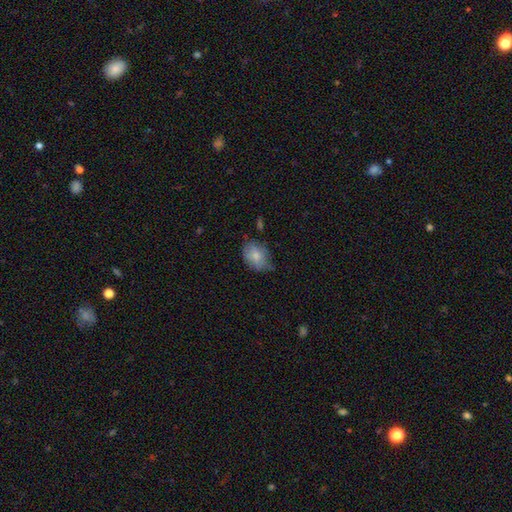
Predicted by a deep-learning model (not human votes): smooth 77%, featured or disk 16%, star or artifact 8%. Down the decision tree: how rounded — in between (71%); merging — none (52%).